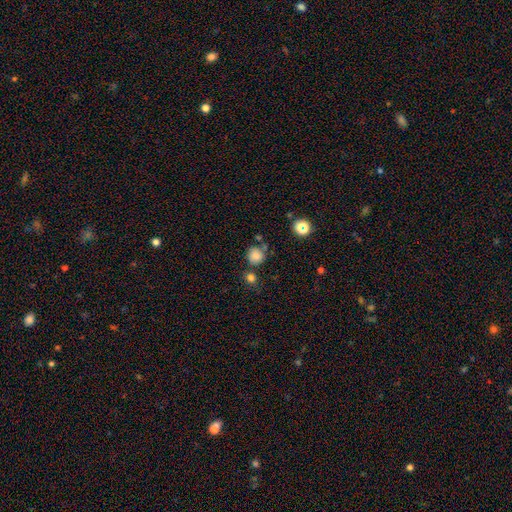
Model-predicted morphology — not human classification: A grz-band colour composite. It shows a smooth galaxy with no disk features (81%) that is round (87%). Merging: none (65%).